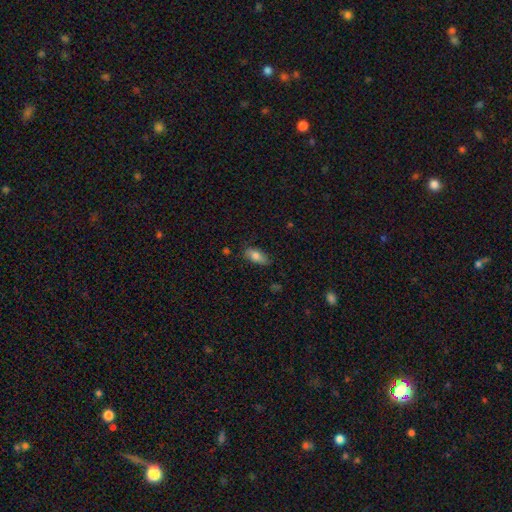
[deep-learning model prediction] The model was most divided on "merging": none: 76%, minor disturbance: 19%, major disturbance: 3%, merger: 1%. More confident: how rounded — in between (84%); smooth or featured — smooth (78%).